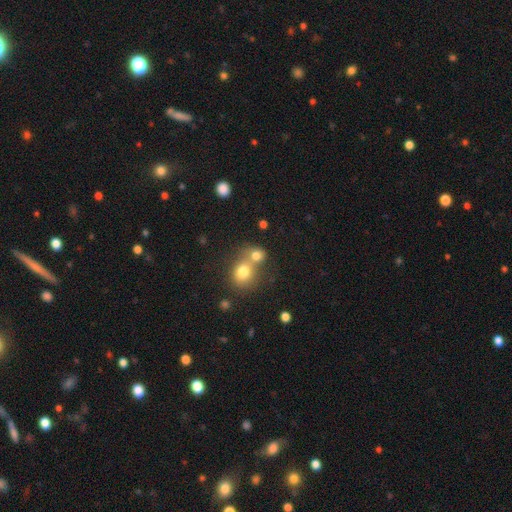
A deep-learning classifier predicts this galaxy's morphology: The model was most divided on "merging": merger: 59%, none: 31%, minor disturbance: 7%, major disturbance: 4%. More confident: smooth or featured — smooth (76%); how rounded — round (68%).